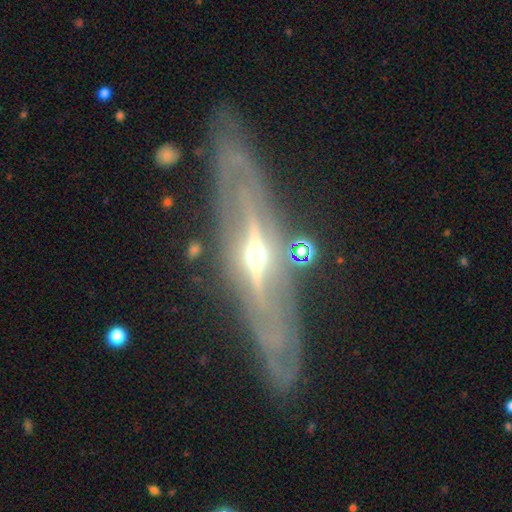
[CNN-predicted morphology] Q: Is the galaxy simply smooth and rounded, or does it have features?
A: featured or disk — 86%.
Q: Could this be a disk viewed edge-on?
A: yes — 73%.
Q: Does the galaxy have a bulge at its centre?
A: rounded — 88%.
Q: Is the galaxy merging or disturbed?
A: none — 77%.